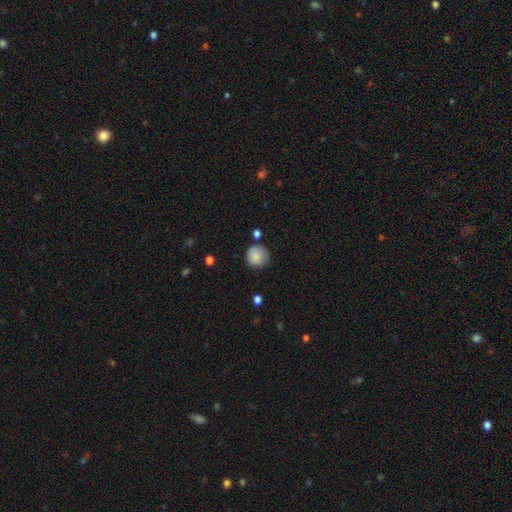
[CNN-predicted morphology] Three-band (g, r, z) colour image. It shows a smooth galaxy with no disk features (84%) that is round (91%). Merging: none (71%).